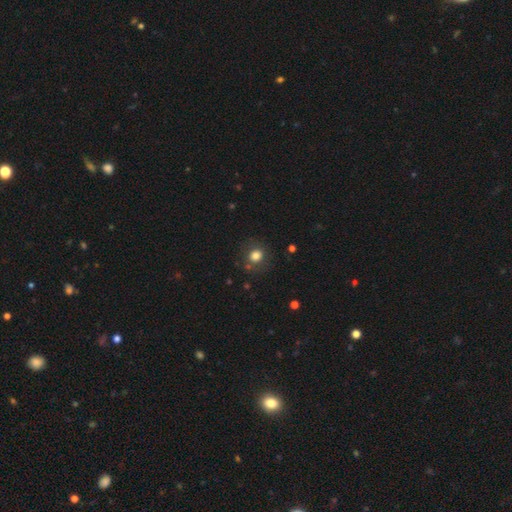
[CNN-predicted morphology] This appears to be a smooth galaxy with no disk features (79%) that is round (77%). Merging: none (79%).